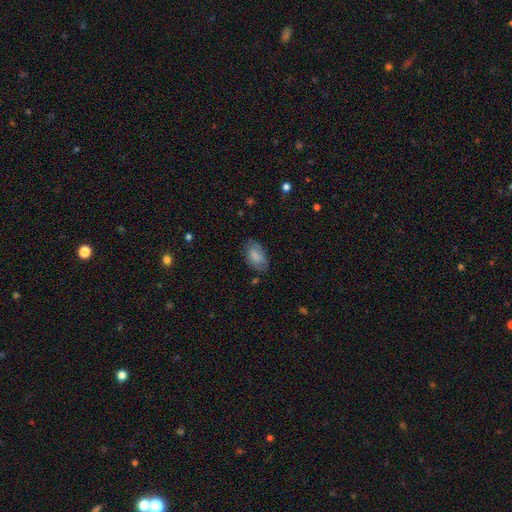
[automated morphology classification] Smooth or featured? smooth (79%)
How rounded? in between (92%)
Merging? none (71%)